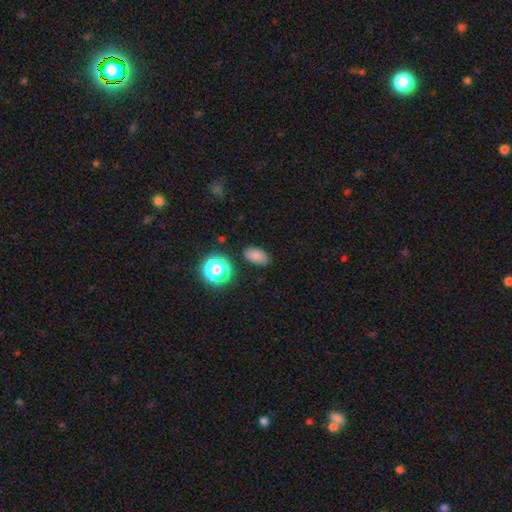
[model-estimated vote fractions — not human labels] This is likely a smooth galaxy (80%). How rounded: clearly in between (85%). Merging: clearly none (82%).